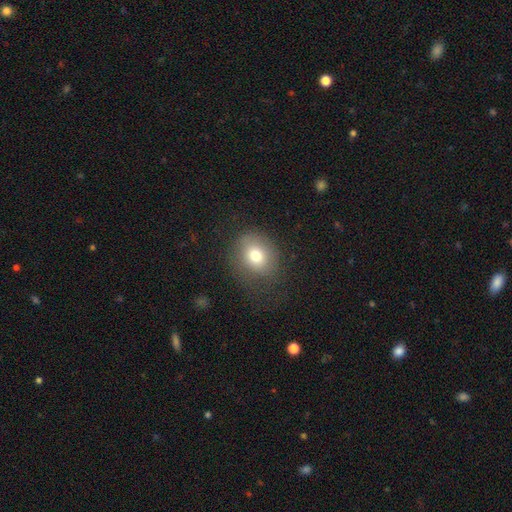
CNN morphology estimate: smooth-or-featured: smooth: 75% | featured or disk: 13% | star or artifact: 12%
  how-rounded: round: 64% | in between: 35% | cigar-shaped: 1%
  merging: none: 71% | minor disturbance: 17% | major disturbance: 10% | merger: 1%